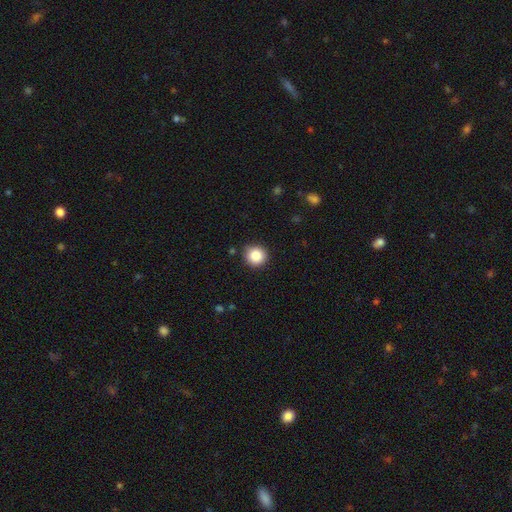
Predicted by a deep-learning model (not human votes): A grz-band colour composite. It shows a smooth galaxy with no disk features (86%) that is round (94%). Merging: none (89%).